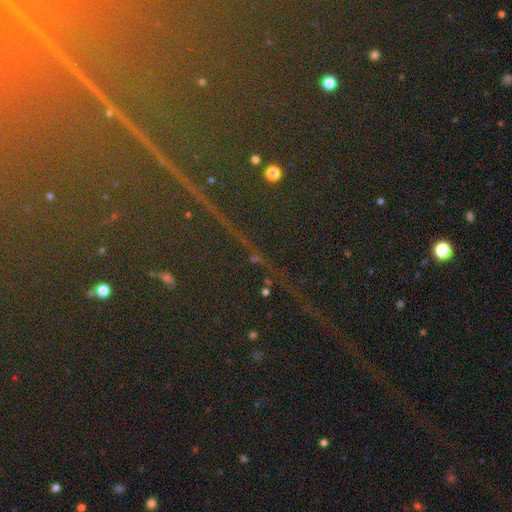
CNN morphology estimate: This appears to be a star or artifact, not a galaxy (88%).